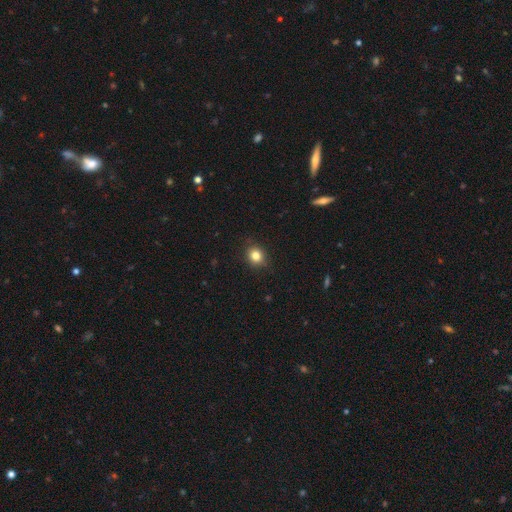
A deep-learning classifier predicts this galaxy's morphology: The model was most divided on "how rounded": round: 71%, in between: 28%, cigar-shaped: 1%. More confident: merging — none (87%); smooth or featured — smooth (83%).